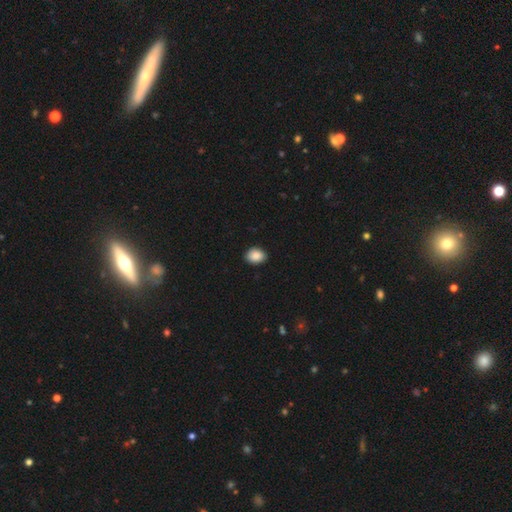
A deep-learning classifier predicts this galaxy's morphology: type=smooth (89%); roundness=in between (69%); merging=none (88%).